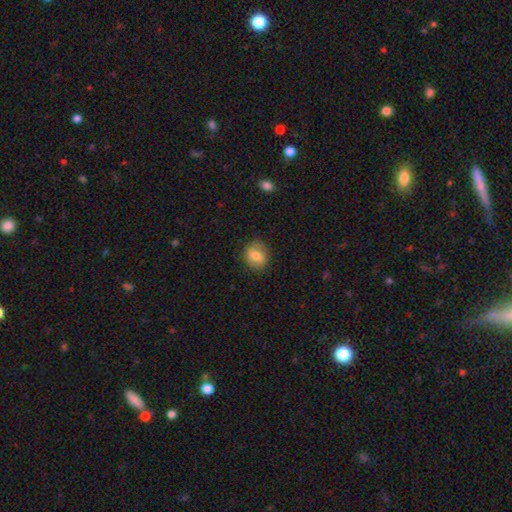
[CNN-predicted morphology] smooth_or_featured: smooth (p=0.77) [alt: featured or disk p=0.15]
how_rounded: round (p=0.58) [alt: in between p=0.41]
merging: none (p=0.82) [alt: minor disturbance p=0.14]